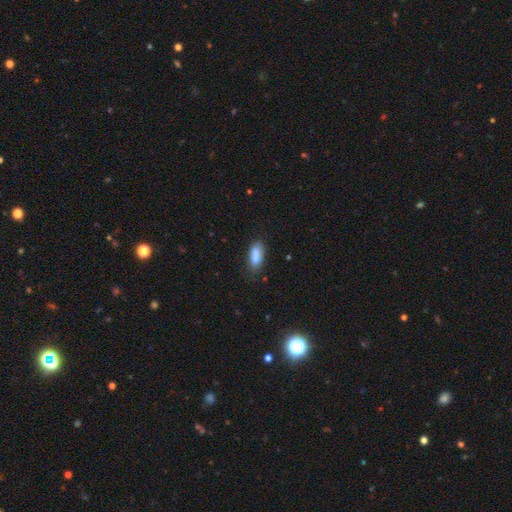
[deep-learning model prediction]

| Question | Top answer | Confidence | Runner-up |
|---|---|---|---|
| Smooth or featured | smooth | 86% | star or artifact (7%) |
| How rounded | in between | 77% | cigar-shaped (20%) |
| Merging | none | 72% | minor disturbance (21%) |